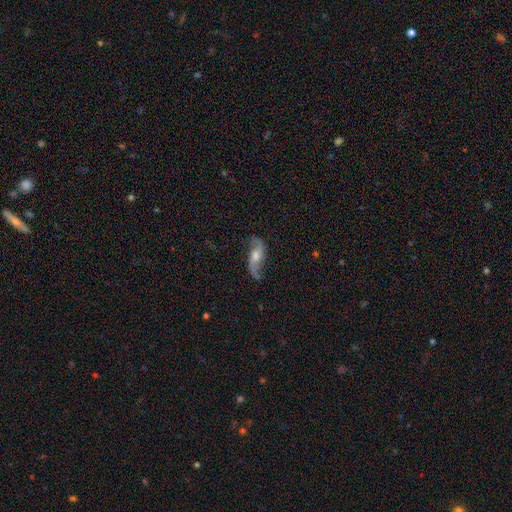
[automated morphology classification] Smooth or featured? Predicted: featured or disk (p=0.81). Edge-on disk? Predicted: no (p=0.90). Bar? Predicted: no (p=0.54). Spiral arms? Predicted: yes (p=0.94). Spiral winding? Predicted: loose (p=0.75). Spiral arm count? Predicted: 2 (p=0.91). Bulge size? Predicted: moderate (p=0.61). Merging? Predicted: none (p=0.74).